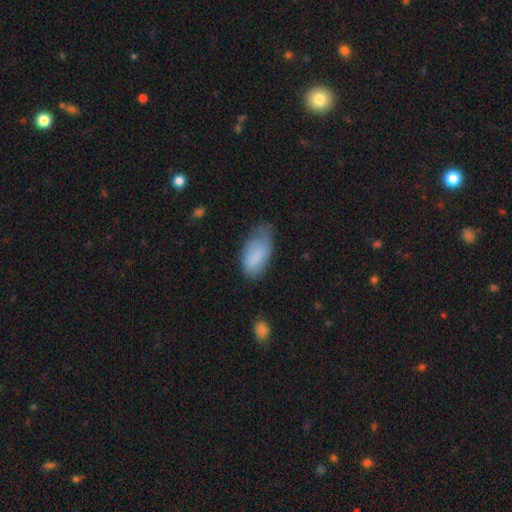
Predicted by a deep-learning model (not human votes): Smooth or featured: smooth — 82% (featured or disk — 11%)
How rounded: in between — 92% (cigar-shaped — 5%)
Merging: none — 45% (minor disturbance — 39%)